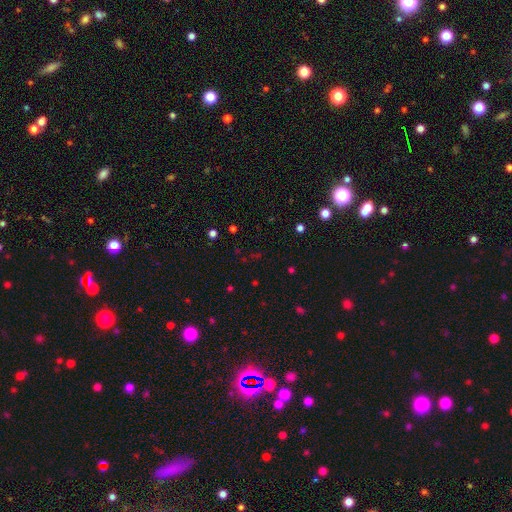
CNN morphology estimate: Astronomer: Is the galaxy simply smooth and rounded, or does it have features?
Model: star or artifact — 64%.